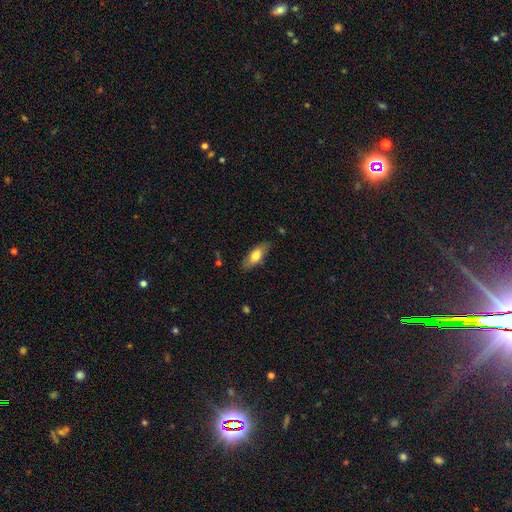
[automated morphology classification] This is likely a smooth galaxy (70%). How rounded: likely in between (73%). Merging: clearly none (81%).